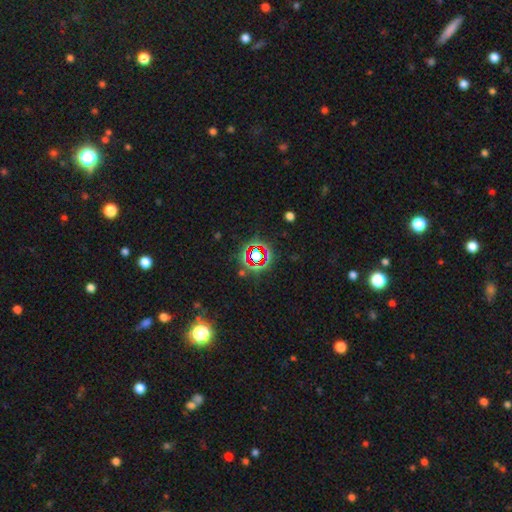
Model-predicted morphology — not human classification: smooth_or_featured: star or artifact (p=0.73) [alt: smooth p=0.16]